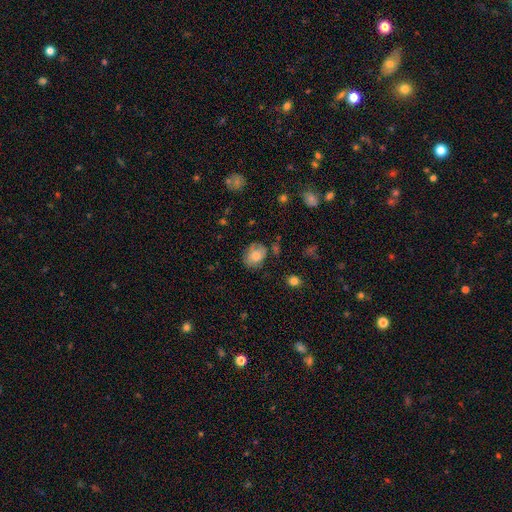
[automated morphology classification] This appears to be a smooth galaxy with no disk features (71%) that is round (51%). Merging: none (64%).